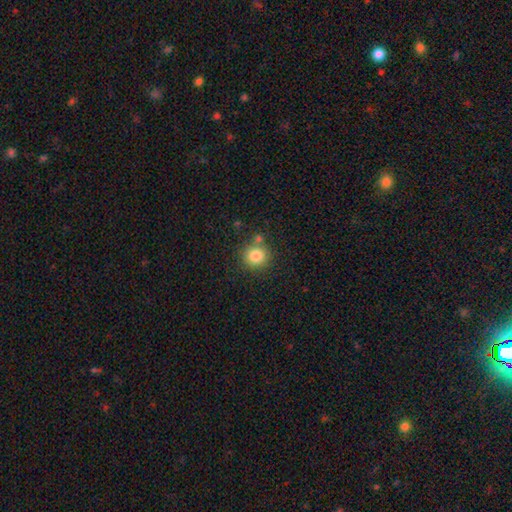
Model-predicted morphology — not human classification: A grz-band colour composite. It shows a smooth galaxy with no disk features (83%) that is round (90%). Merging: none (76%).